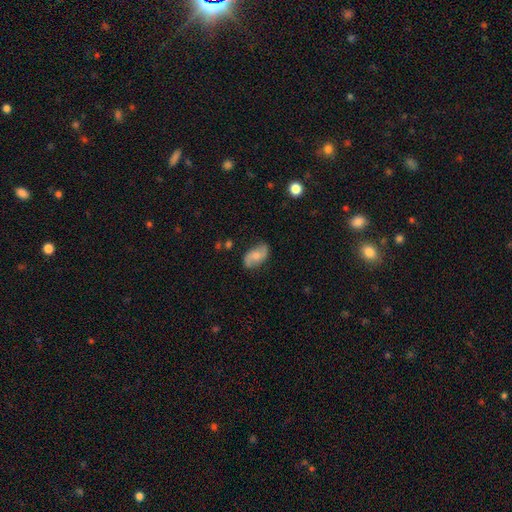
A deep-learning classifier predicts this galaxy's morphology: Overall: featured or disk (53%; smooth 40%). Edge-on disk: no (95%). Bar: no (62%; weak 32%). Spiral arms: yes (88%). Bulge size: moderate (53%; small 33%). Merging: none (78%).